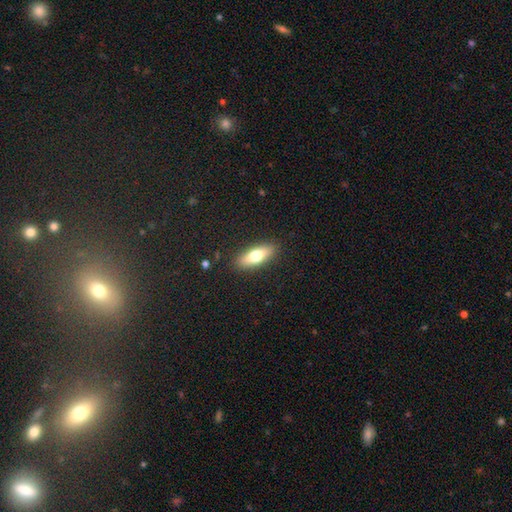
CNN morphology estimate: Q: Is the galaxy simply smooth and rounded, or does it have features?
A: smooth — 67%.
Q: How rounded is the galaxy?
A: in between — 62%.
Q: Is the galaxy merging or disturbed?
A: none — 88%.